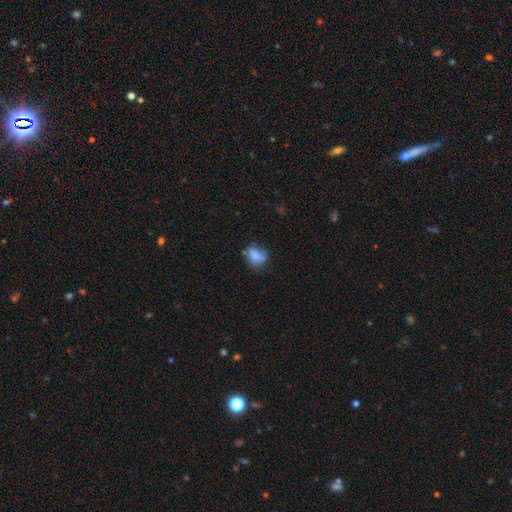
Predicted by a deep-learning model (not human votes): Q: Smooth or featured?
A: smooth (74%); runner-up: featured or disk (15%)
Q: How rounded?
A: in between (61%); runner-up: round (38%)
Q: Merging?
A: none (46%); runner-up: minor disturbance (30%)